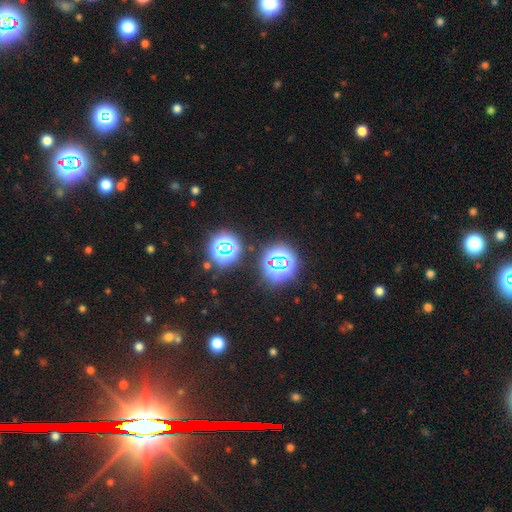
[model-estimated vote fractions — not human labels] Overall: star or artifact (74%).